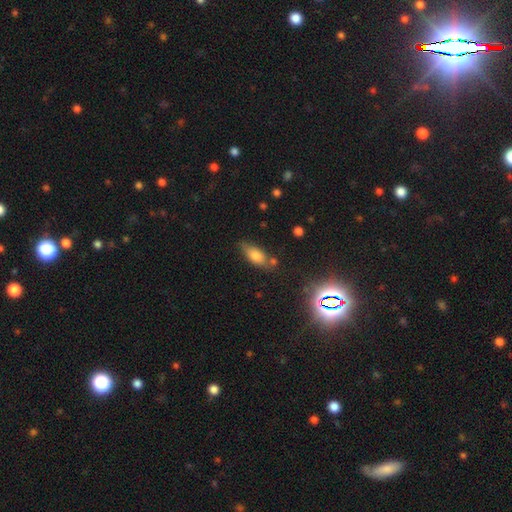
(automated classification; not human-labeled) The model was most divided on "merging": none: 62%, minor disturbance: 23%, merger: 9%, major disturbance: 6%. More confident: how rounded — in between (81%); smooth or featured — smooth (75%).